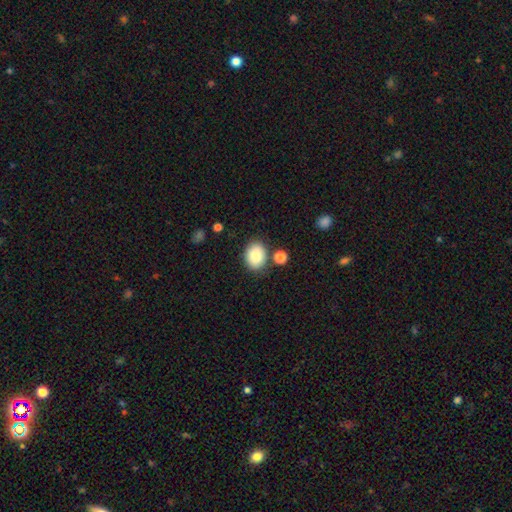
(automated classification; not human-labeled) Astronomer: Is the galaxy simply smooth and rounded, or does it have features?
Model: smooth — 84%.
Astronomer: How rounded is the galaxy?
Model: in between — 58% (runner-up: round, 41%).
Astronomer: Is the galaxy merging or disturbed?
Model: none — 78%.